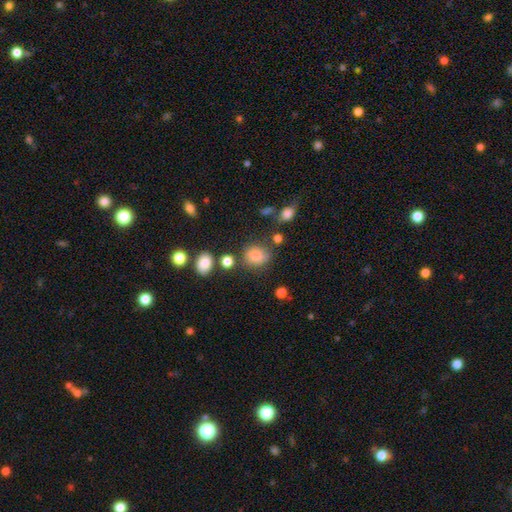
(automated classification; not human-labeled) This is clearly a smooth galaxy (82%). How rounded: possibly round (57%). Merging: likely none (65%).